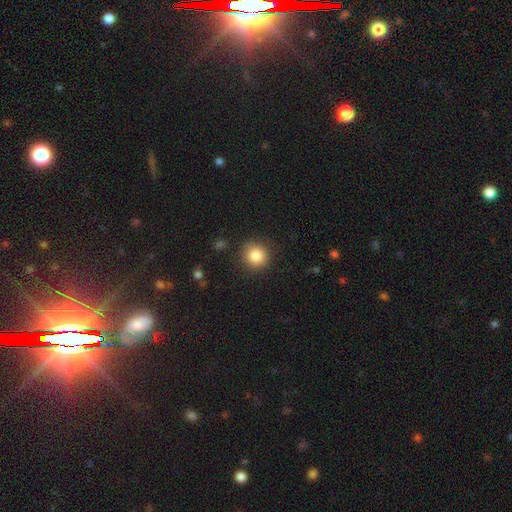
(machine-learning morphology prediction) type=smooth (85%); roundness=round (92%); merging=none (88%).